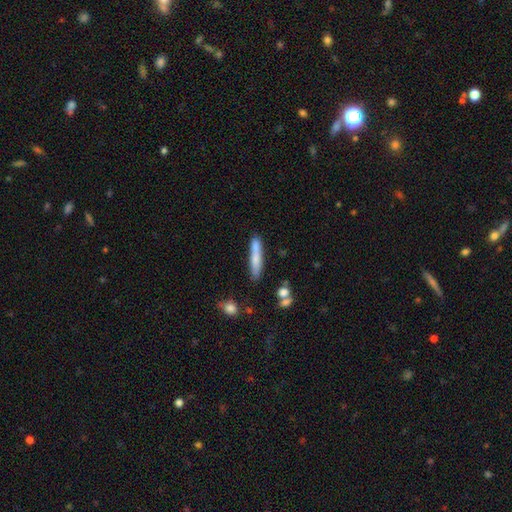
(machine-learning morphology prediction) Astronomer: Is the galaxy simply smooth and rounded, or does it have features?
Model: smooth — 70%.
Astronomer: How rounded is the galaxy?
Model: cigar-shaped — 92%.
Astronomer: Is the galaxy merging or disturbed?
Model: none — 77%.